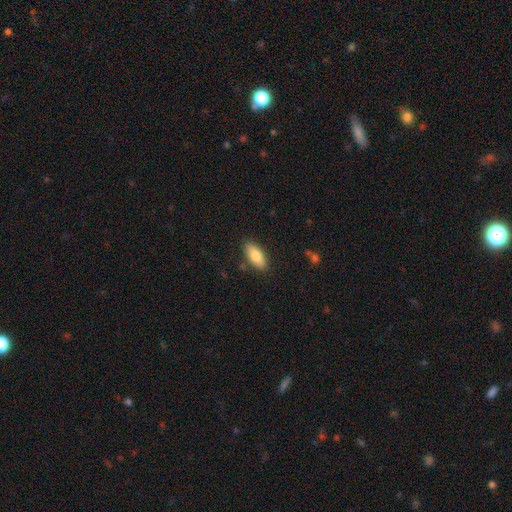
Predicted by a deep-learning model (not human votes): smooth_or_featured: smooth (p=0.80) [alt: featured or disk p=0.13]
how_rounded: in between (p=0.84) [alt: cigar-shaped p=0.13]
merging: none (p=0.86) [alt: minor disturbance p=0.10]